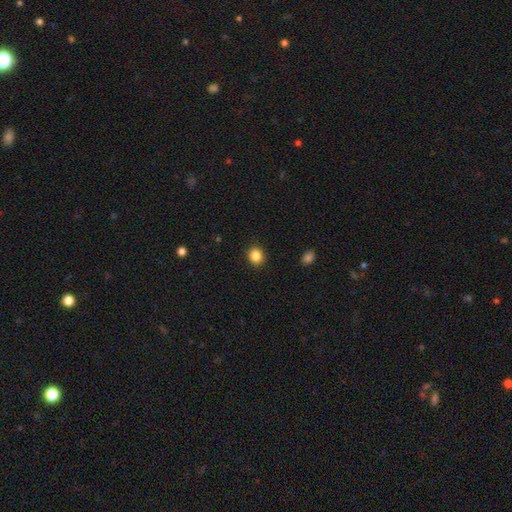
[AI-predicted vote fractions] smooth_or_featured: smooth (p=0.86) [alt: star or artifact p=0.11]
how_rounded: round (p=0.77) [alt: in between p=0.22]
merging: none (p=0.91) [alt: minor disturbance p=0.06]